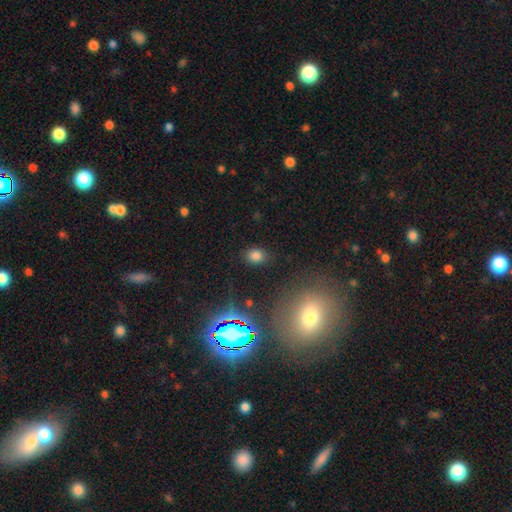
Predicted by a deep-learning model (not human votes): smooth_or_featured: smooth (p=0.75) [alt: star or artifact p=0.19]
how_rounded: in between (p=0.58) [alt: round p=0.40]
merging: none (p=0.83) [alt: minor disturbance p=0.11]